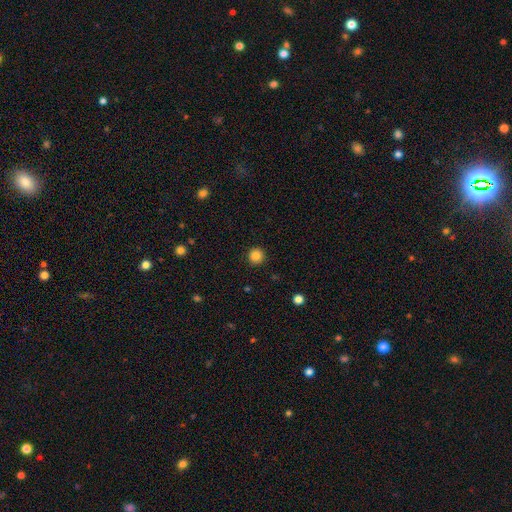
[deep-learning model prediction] Smooth or featured? smooth (86%)
How rounded? round (95%)
Merging? none (92%)